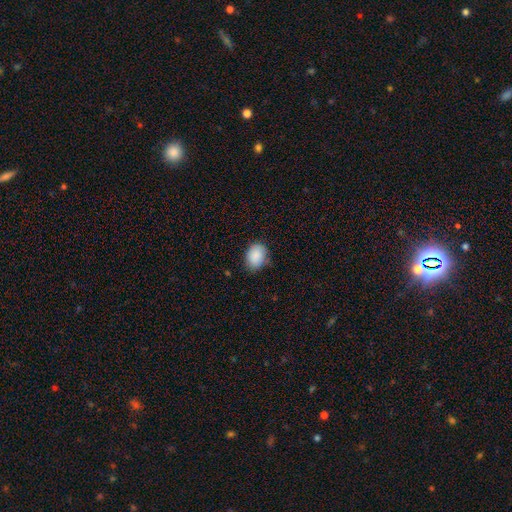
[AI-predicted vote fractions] smooth-or-featured: smooth: 87% | star or artifact: 7% | featured or disk: 6%
  how-rounded: in between: 68% | round: 31% | cigar-shaped: 1%
  merging: none: 73% | minor disturbance: 22% | major disturbance: 4% | merger: 1%